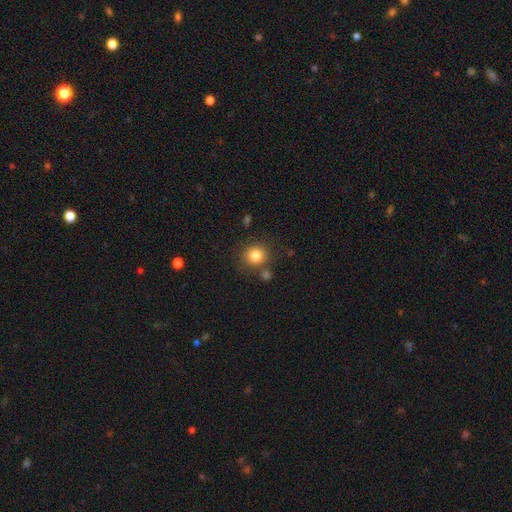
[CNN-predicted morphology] Smooth or featured: smooth — 82% (star or artifact — 11%)
How rounded: round — 88% (in between — 11%)
Merging: none — 76% (minor disturbance — 10%)